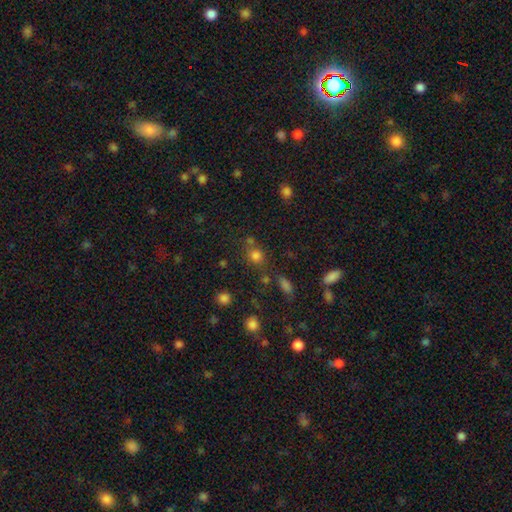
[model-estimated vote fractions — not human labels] Smooth or featured: smooth — 74% (star or artifact — 18%)
How rounded: round — 72% (in between — 26%)
Merging: none — 62% (merger — 17%)